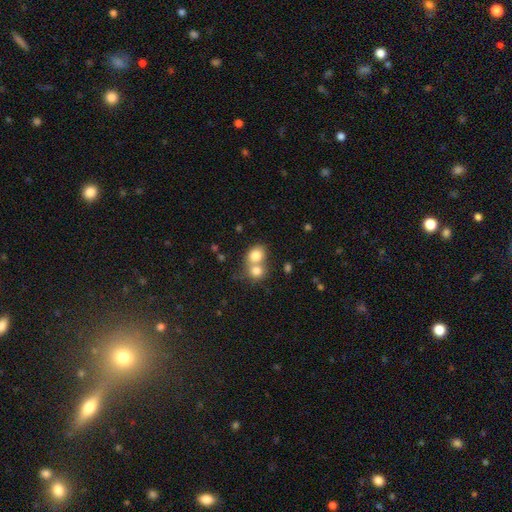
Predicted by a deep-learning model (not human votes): A smooth galaxy with no disk features (79%) that is round (64%).

Vote fractions:
- Smooth or featured? smooth: 79% / featured or disk: 12% / star or artifact: 10%
- How rounded? round: 64% / in between: 35% / cigar-shaped: 1%
- Merging? merger: 60% / none: 31% / minor disturbance: 6% / major disturbance: 3%